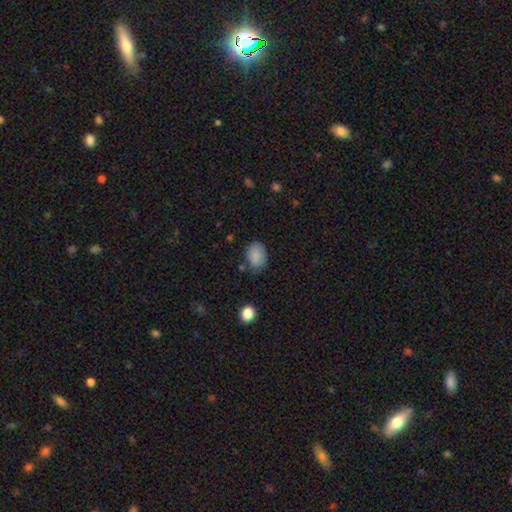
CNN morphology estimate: Smooth or featured? Predicted: smooth (p=0.87). How rounded? Predicted: in between (p=0.75). Merging? Predicted: none (p=0.72).